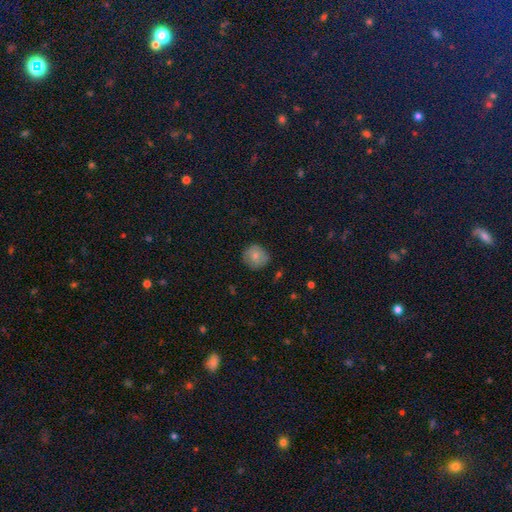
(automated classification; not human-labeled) Q: Smooth or featured?
A: smooth (75%); runner-up: featured or disk (17%)
Q: How rounded?
A: round (90%); runner-up: in between (9%)
Q: Merging?
A: none (77%); runner-up: minor disturbance (18%)